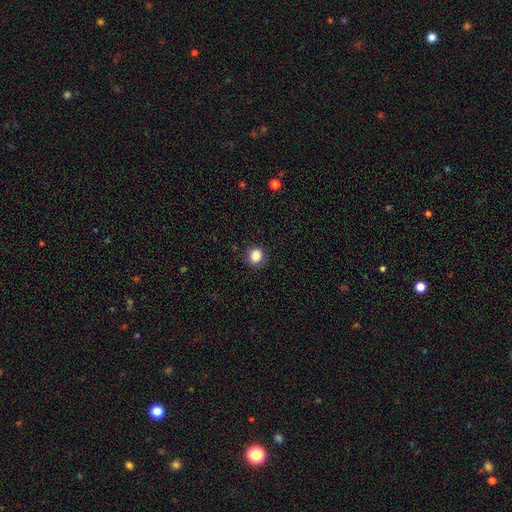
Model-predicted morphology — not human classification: A smooth galaxy with no disk features (87%) that is round (88%). Merging: none (89%).